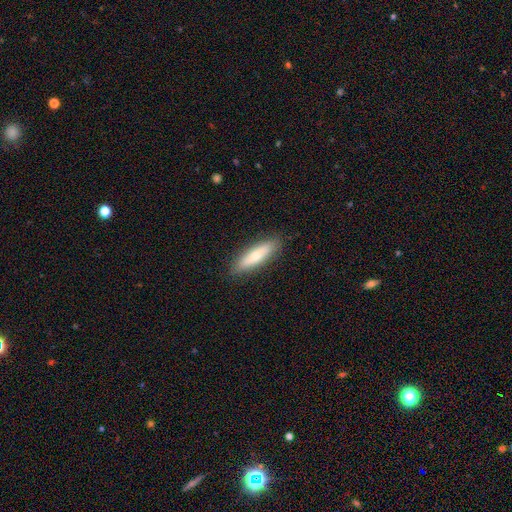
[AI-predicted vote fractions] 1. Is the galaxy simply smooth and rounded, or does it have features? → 68% smooth, 27% featured or disk, 6% star or artifact.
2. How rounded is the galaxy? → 67% cigar-shaped, 31% in between, 2% round.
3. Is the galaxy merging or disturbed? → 88% none, 9% minor disturbance, 2% major disturbance, 1% merger.